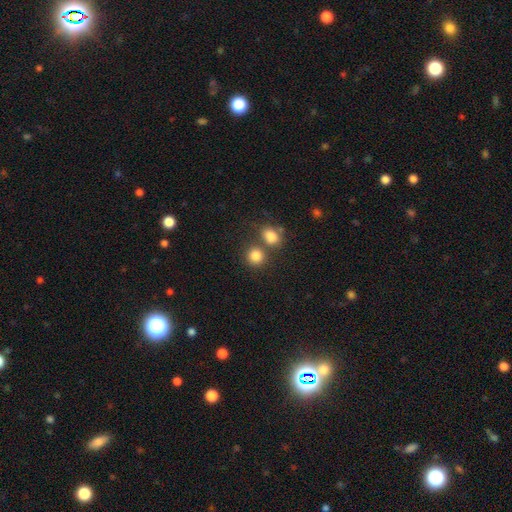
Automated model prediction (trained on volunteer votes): smooth-or-featured: smooth: 83% | star or artifact: 11% | featured or disk: 7%
  how-rounded: round: 80% | in between: 19% | cigar-shaped: 1%
  merging: none: 56% | merger: 31% | minor disturbance: 9% | major disturbance: 4%